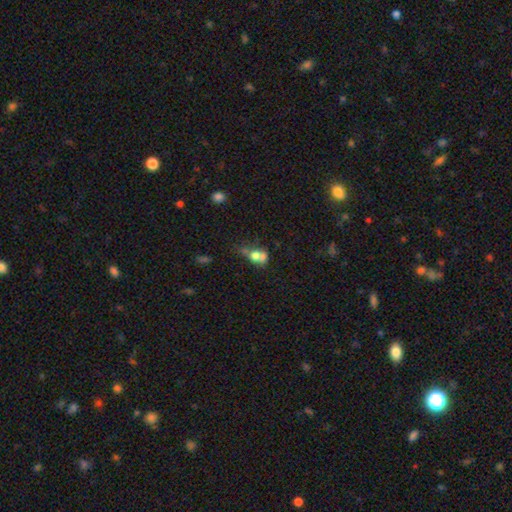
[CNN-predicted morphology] type=smooth (62%); roundness=in between (49%); merging=merger (50%).